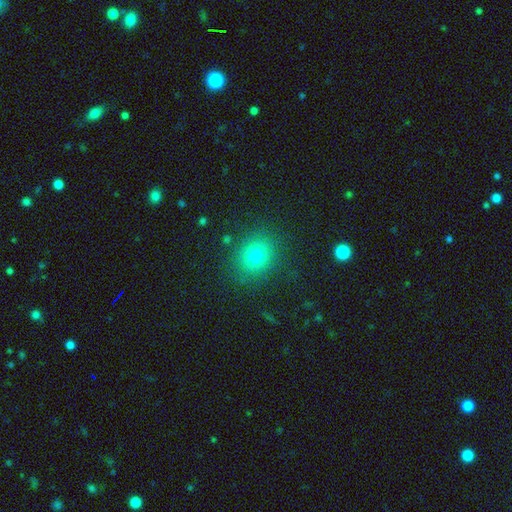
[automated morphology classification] smooth_or_featured: smooth (p=0.76) [alt: star or artifact p=0.16]
how_rounded: round (p=0.75) [alt: in between p=0.24]
merging: none (p=0.86) [alt: minor disturbance p=0.09]